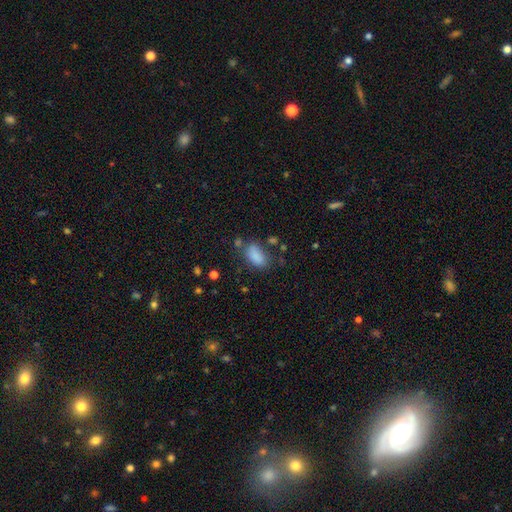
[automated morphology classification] A smooth galaxy with no disk features (85%) that is in between round and cigar-shaped (91%). Merging: none (63%).